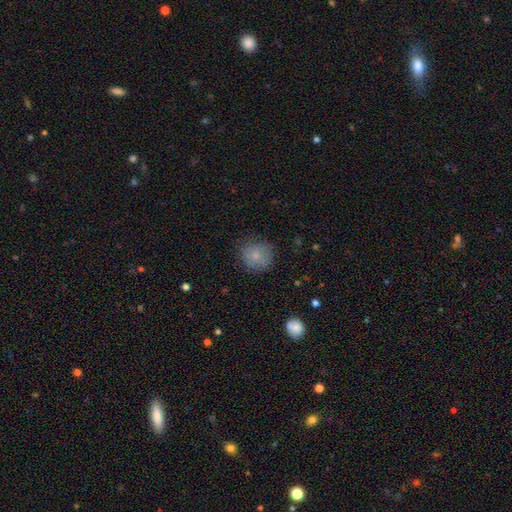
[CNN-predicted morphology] Smooth or featured? Predicted: smooth (p=0.78). How rounded? Predicted: round (p=0.89). Merging? Predicted: none (p=0.78).